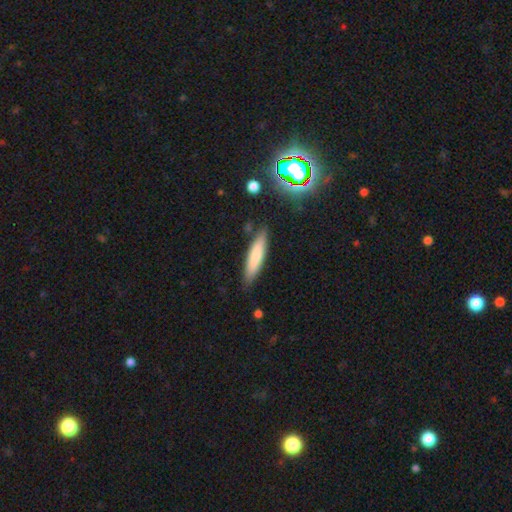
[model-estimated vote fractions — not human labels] smooth-or-featured: smooth: 76% | featured or disk: 17% | star or artifact: 7%
  how-rounded: cigar-shaped: 78% | in between: 21% | round: 1%
  merging: none: 84% | minor disturbance: 11% | major disturbance: 2% | merger: 2%